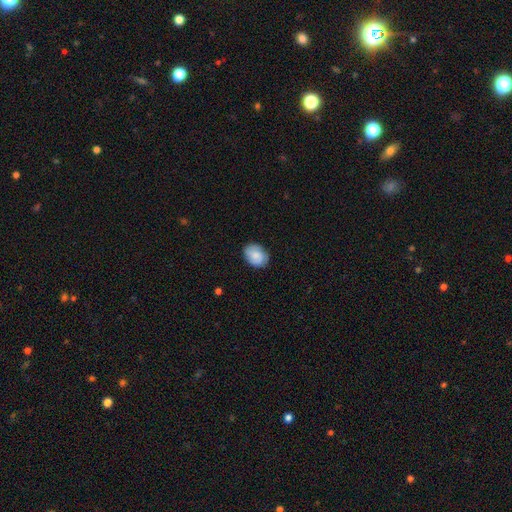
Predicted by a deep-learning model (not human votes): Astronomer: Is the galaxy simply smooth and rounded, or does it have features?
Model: smooth — 76%.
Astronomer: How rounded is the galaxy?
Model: in between — 69%.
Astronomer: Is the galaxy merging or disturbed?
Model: none — 82%.